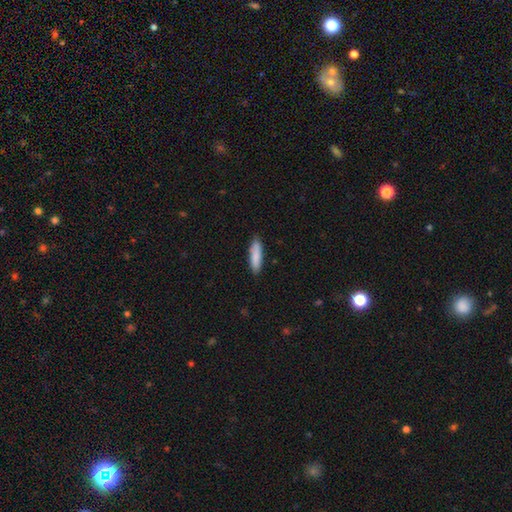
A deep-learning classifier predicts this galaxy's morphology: A smooth galaxy with no disk features (86%) that is cigar-shaped (63%). Merging: none (86%).